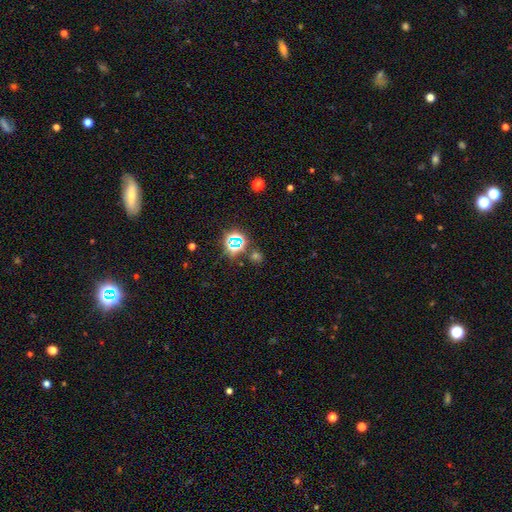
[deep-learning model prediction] Q: Smooth or featured?
A: star or artifact (62%); runner-up: smooth (31%)